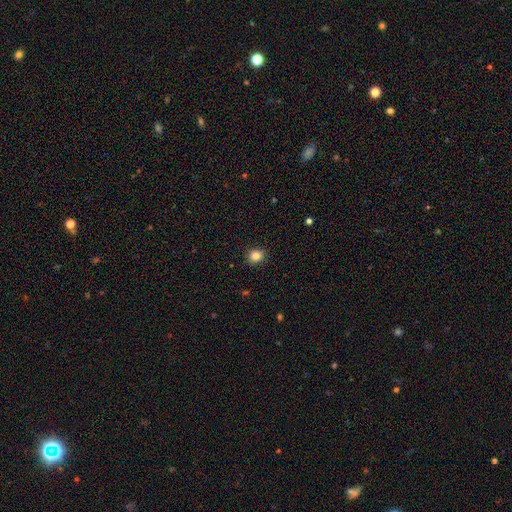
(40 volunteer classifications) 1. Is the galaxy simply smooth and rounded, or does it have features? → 82% smooth, 10% star or artifact, 8% featured or disk.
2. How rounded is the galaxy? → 85% round, 12% in between, 3% cigar-shaped.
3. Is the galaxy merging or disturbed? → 92% none, 3% minor disturbance, 3% major disturbance, 3% merger.